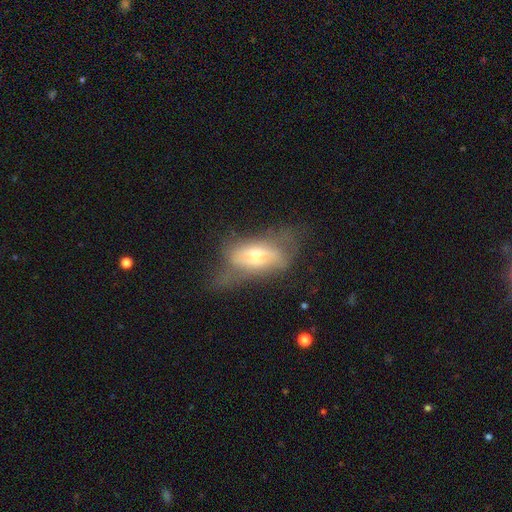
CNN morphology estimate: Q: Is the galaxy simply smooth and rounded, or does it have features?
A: featured or disk — 56%.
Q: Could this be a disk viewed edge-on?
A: no — 57%.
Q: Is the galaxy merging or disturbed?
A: none — 37%.